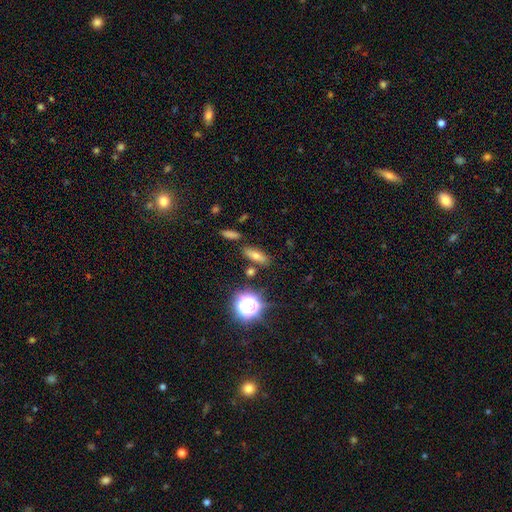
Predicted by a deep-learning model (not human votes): A smooth galaxy with no disk features (59%) that is in between round and cigar-shaped (53%).

Vote fractions:
- Smooth or featured? smooth: 59% / star or artifact: 22% / featured or disk: 19%
- How rounded? in between: 53% / cigar-shaped: 32% / round: 15%
- Merging? none: 83% / minor disturbance: 10% / merger: 4% / major disturbance: 3%